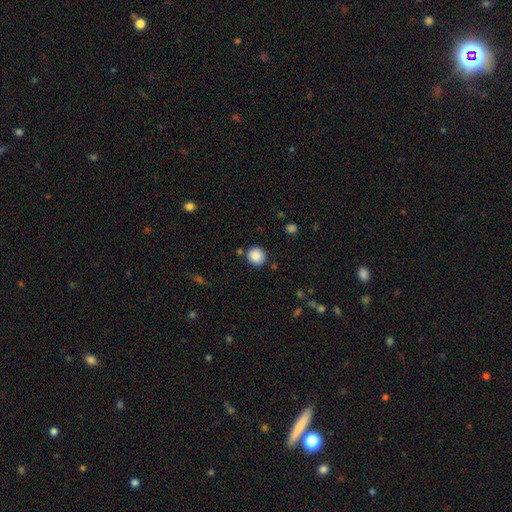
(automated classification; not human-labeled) smooth_or_featured: smooth (p=0.87) [alt: star or artifact p=0.09]
how_rounded: round (p=0.90) [alt: in between p=0.09]
merging: none (p=0.85) [alt: minor disturbance p=0.09]